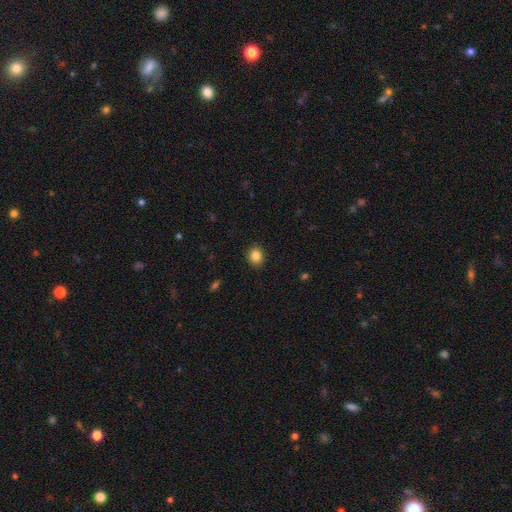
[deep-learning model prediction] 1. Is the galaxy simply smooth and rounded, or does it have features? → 86% smooth, 10% star or artifact, 5% featured or disk.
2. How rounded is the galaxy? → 68% round, 31% in between, 1% cigar-shaped.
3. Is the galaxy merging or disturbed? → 89% none, 8% minor disturbance, 2% major disturbance, 1% merger.